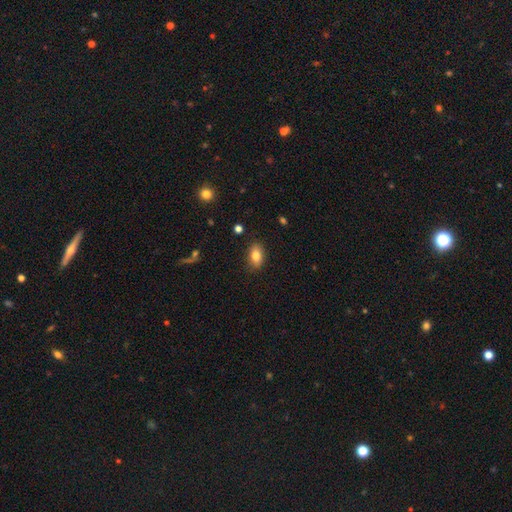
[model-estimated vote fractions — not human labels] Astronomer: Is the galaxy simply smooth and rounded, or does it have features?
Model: smooth — 82%.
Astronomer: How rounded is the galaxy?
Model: in between — 87%.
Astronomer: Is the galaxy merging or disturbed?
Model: none — 86%.